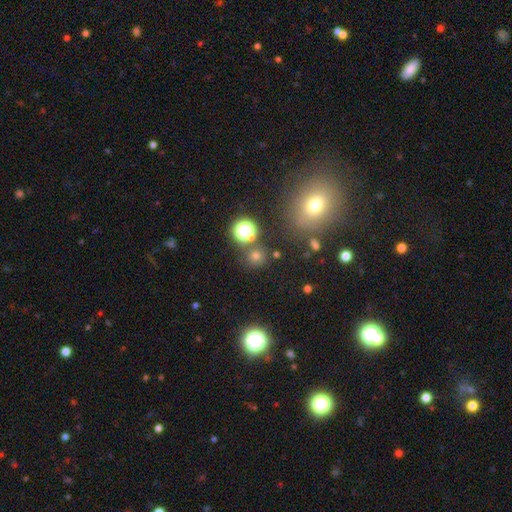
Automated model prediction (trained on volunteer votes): smooth_or_featured: smooth (p=0.65) [alt: star or artifact p=0.28]
how_rounded: round (p=0.90) [alt: in between p=0.09]
merging: none (p=0.82) [alt: minor disturbance p=0.08]